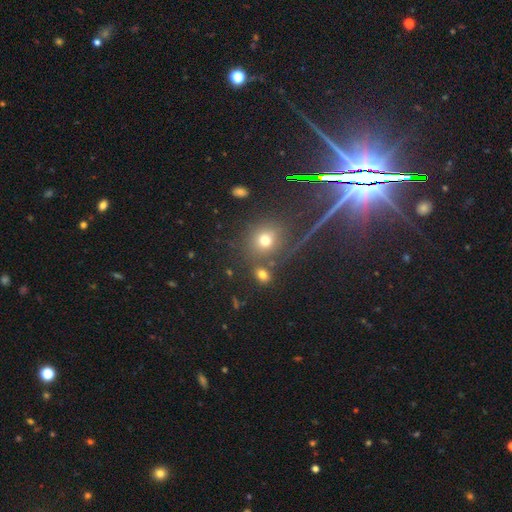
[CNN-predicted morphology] Overall: star or artifact (63%).